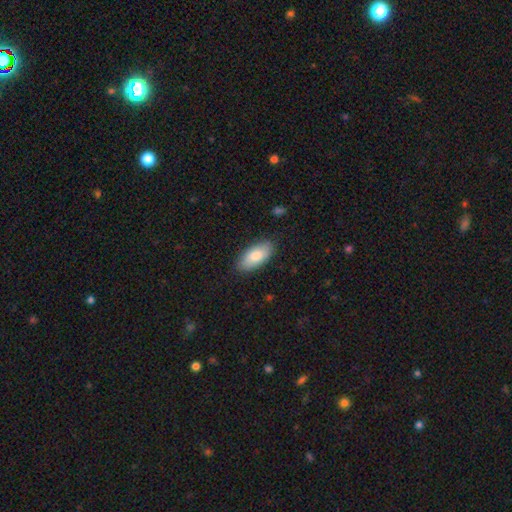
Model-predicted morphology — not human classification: Smooth or featured? Predicted: smooth (p=0.82). How rounded? Predicted: in between (p=0.90). Merging? Predicted: none (p=0.86).